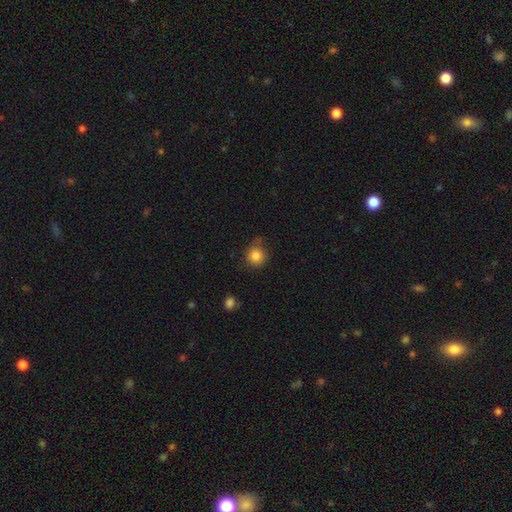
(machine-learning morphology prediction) smooth_or_featured: smooth (p=0.84) [alt: star or artifact p=0.10]
how_rounded: round (p=0.91) [alt: in between p=0.08]
merging: none (p=0.71) [alt: minor disturbance p=0.21]